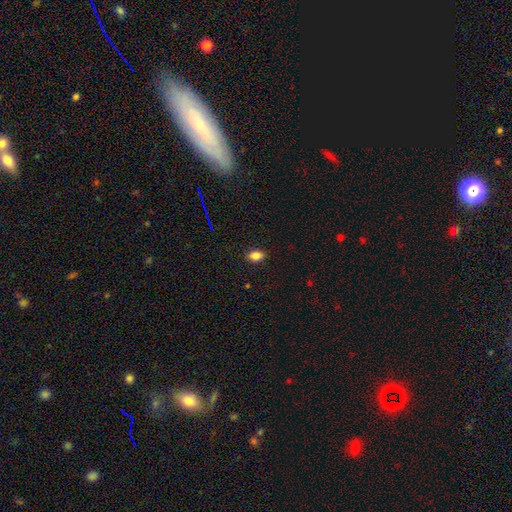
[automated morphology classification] Smooth or featured?
  - smooth: 83% *
  - star or artifact: 11%
  - featured or disk: 6%
How rounded?
  - in between: 81% *
  - round: 17%
  - cigar-shaped: 2%
Merging?
  - none: 88% *
  - minor disturbance: 9%
  - major disturbance: 2%
  - merger: 1%